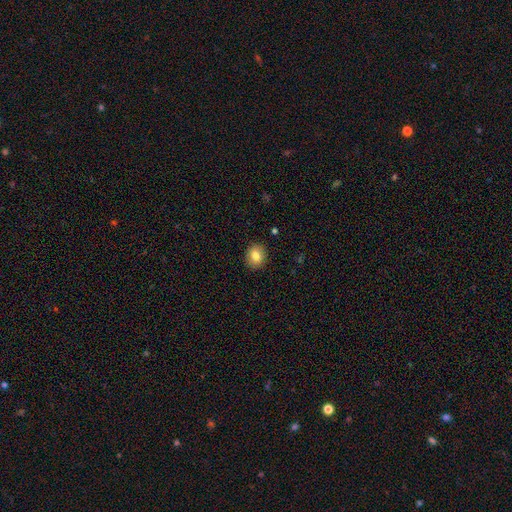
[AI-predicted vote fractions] smooth-or-featured: smooth: 82% | star or artifact: 9% | featured or disk: 8%
  how-rounded: round: 65% | in between: 34% | cigar-shaped: 1%
  merging: none: 90% | minor disturbance: 7% | major disturbance: 2% | merger: 1%